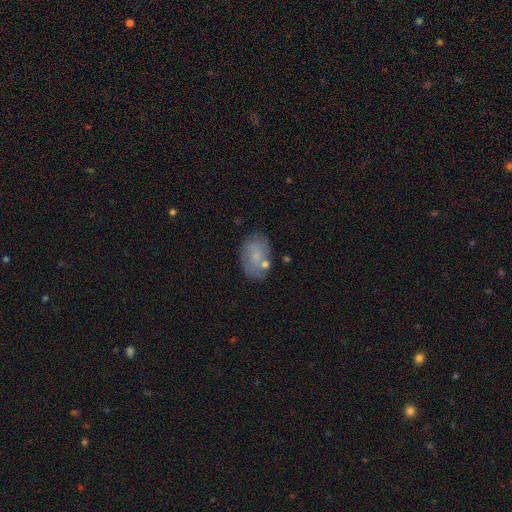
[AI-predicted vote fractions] This is likely a smooth galaxy (65%). How rounded: clearly in between (84%). Merging: likely none (69%).